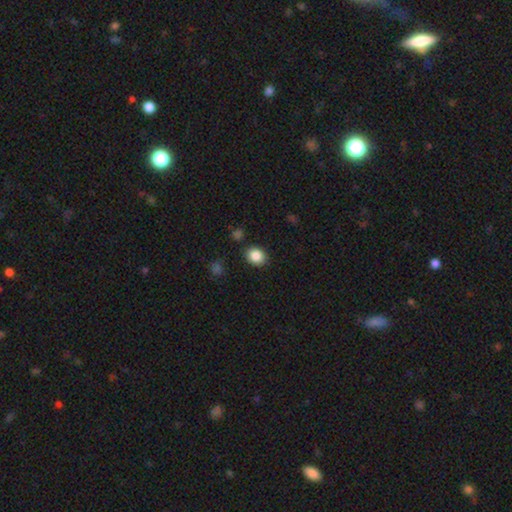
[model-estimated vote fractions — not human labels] The model was most divided on "how rounded": round: 61%, in between: 38%, cigar-shaped: 1%. More confident: smooth or featured — smooth (86%); merging — none (86%).